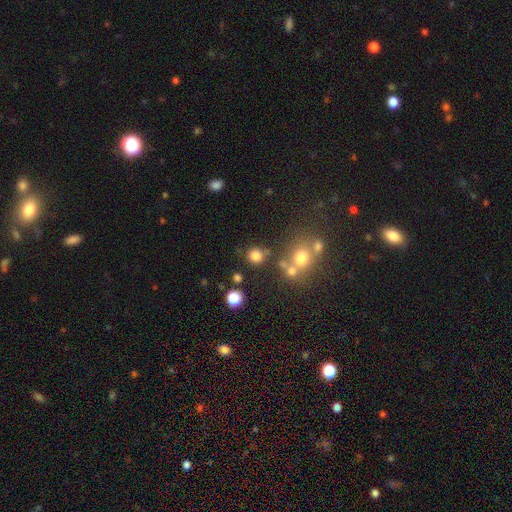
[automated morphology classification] This appears to be a smooth galaxy with no disk features (78%) that is round (85%). Merging: none (73%).